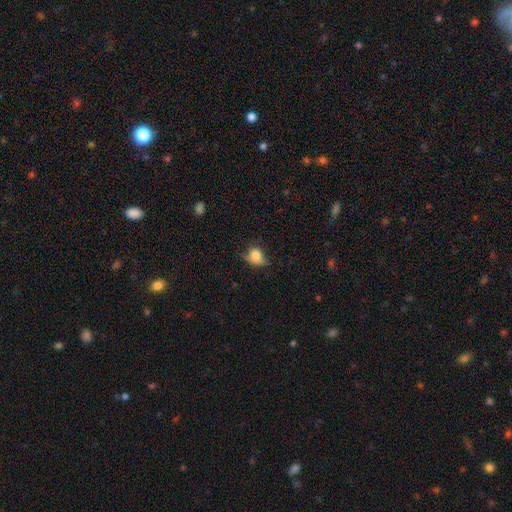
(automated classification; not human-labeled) The model was most divided on "how rounded": round: 50%, in between: 48%, cigar-shaped: 2%. Remaining: smooth or featured — smooth (78%); merging — none (47%).